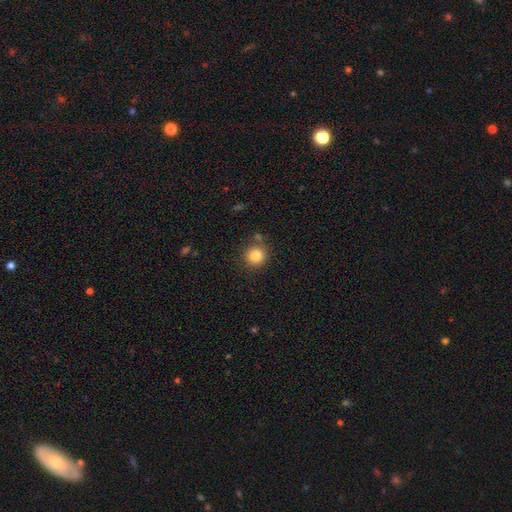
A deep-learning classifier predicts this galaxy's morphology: Overall: smooth (83%). How rounded: round (91%). Merging: none (81%).